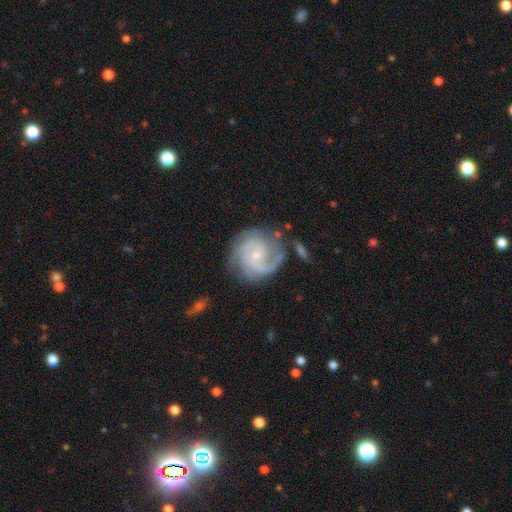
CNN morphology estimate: smooth-or-featured: featured or disk: 86% | smooth: 9% | star or artifact: 5%
  disk-edge-on: no: 98% | yes: 2%
    bar: no: 59% | weak: 35% | strong: 6%
    has-spiral-arms: yes: 97% | no: 3%
      spiral-winding: tight: 46% | medium: 42% | loose: 12%
      spiral-arm-count: 2: 48% | 3: 21% | can't tell: 15% | 1: 7% | 4: 5% | more than 4: 4%
    bulge-size: small: 70% | moderate: 23% | none: 5% | large: 2% | dominant: 1%
  merging: none: 70% | minor disturbance: 18% | major disturbance: 9% | merger: 4%